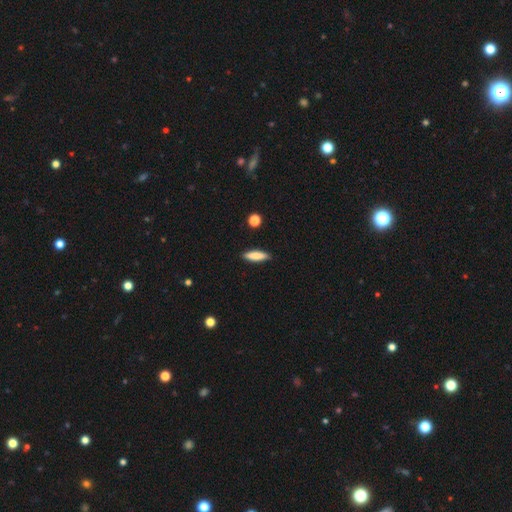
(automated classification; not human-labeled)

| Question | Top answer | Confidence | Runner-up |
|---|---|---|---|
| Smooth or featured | smooth | 81% | featured or disk (13%) |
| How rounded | cigar-shaped | 68% | in between (30%) |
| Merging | none | 89% | minor disturbance (8%) |